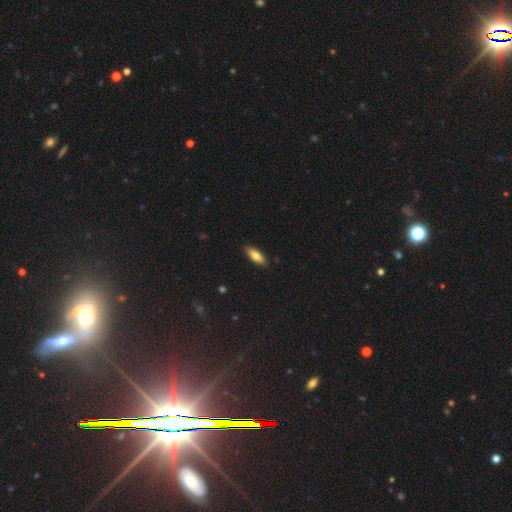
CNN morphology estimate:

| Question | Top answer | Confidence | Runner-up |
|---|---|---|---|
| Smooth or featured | smooth | 76% | featured or disk (17%) |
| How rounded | in between | 75% | cigar-shaped (23%) |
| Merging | none | 88% | minor disturbance (9%) |